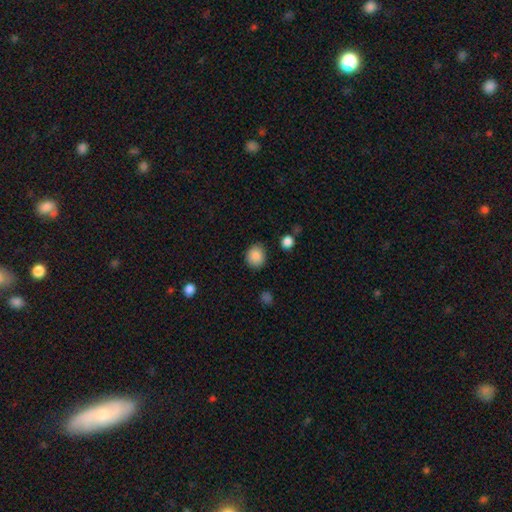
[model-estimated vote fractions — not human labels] Morphology: type=smooth (88%); roundness=round (74%); merging=none (85%).